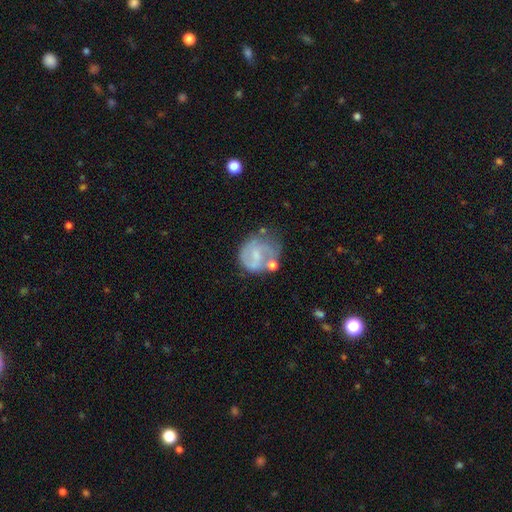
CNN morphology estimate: The model was most divided on "bar": weak: 49%, no: 37%, strong: 14%. Remaining: edge-on disk — no (98%); spiral arms — yes (70%); smooth or featured — featured or disk (60%); bulge size — small (47%); merging — none (45%).